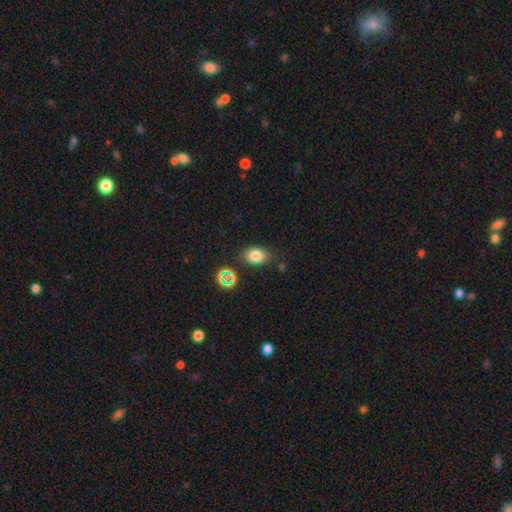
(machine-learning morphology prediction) smooth-or-featured: smooth: 78% | star or artifact: 13% | featured or disk: 9%
  how-rounded: in between: 77% | round: 22% | cigar-shaped: 1%
  merging: none: 76% | minor disturbance: 15% | merger: 5% | major disturbance: 4%